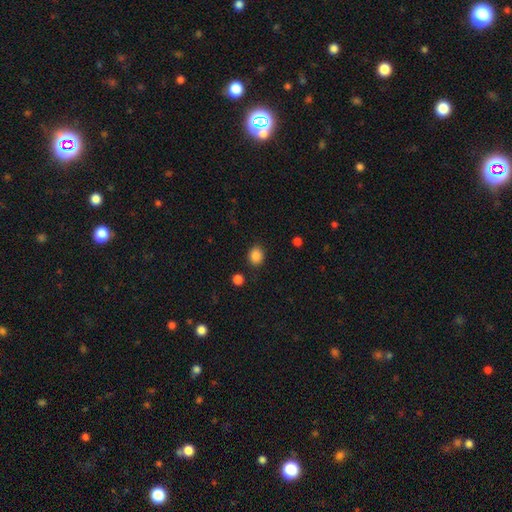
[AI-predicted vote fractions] A smooth galaxy with no disk features (86%) that is round (64%). Merging: none (85%).